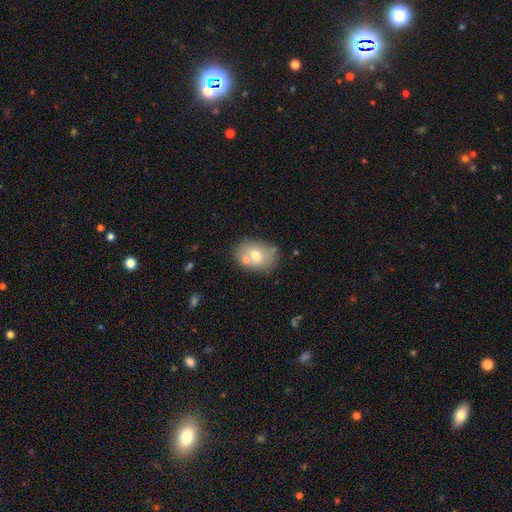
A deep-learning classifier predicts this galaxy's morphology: This appears to be a smooth galaxy with no disk features (67%) that is in between round and cigar-shaped (63%). Merging: none (63%).